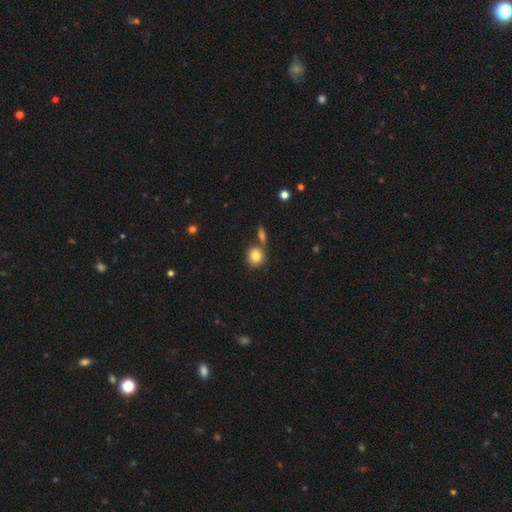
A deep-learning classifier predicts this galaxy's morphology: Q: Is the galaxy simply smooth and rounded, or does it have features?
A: smooth — 83%.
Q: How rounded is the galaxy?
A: round — 78%.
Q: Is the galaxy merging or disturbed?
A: none — 67%.